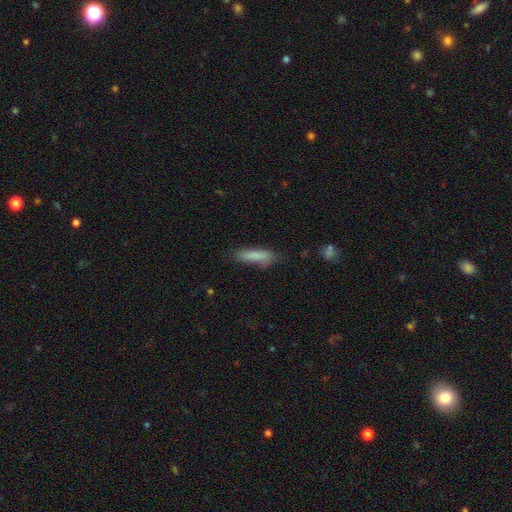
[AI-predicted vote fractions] This appears to be a smooth galaxy with no disk features (83%) that is cigar-shaped (72%). Merging: none (74%).